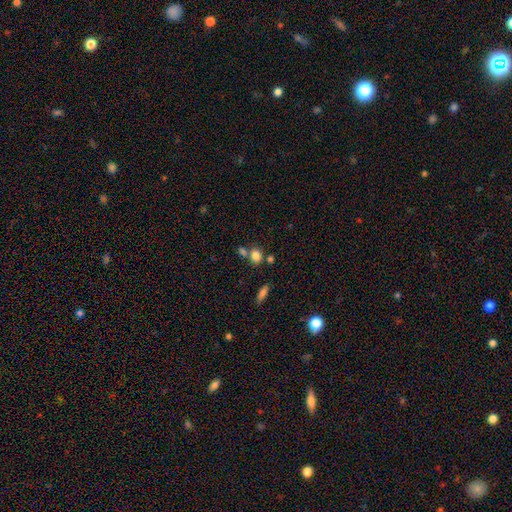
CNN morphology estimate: Overall: smooth (81%). How rounded: round (53%; in between 45%). Merging: none (57%; merger 27%).